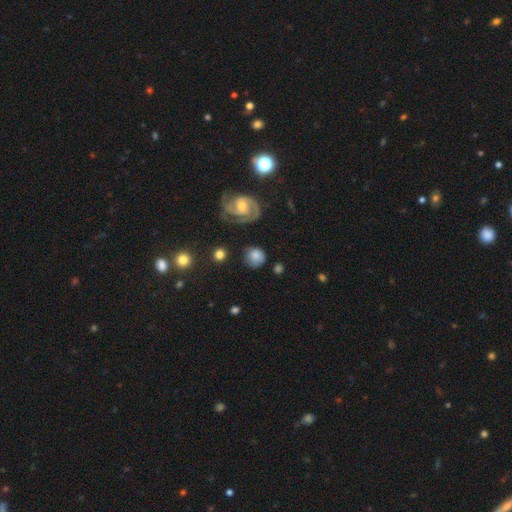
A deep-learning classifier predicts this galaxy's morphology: smooth_or_featured: smooth (p=0.66) [alt: featured or disk p=0.26]
how_rounded: round (p=0.81) [alt: in between p=0.18]
merging: none (p=0.71) [alt: minor disturbance p=0.17]